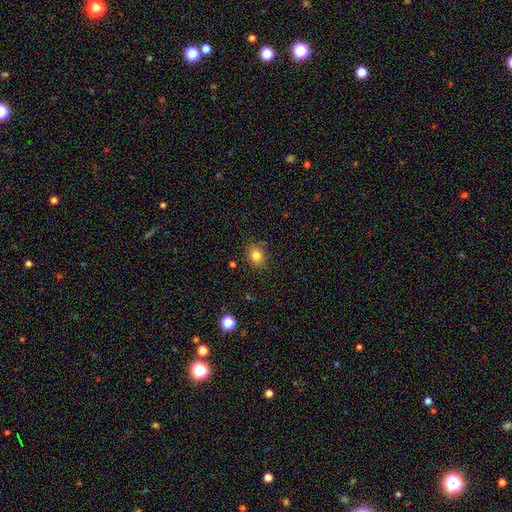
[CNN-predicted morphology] Smooth or featured? smooth (82%)
How rounded? round (62%)
Merging? none (82%)